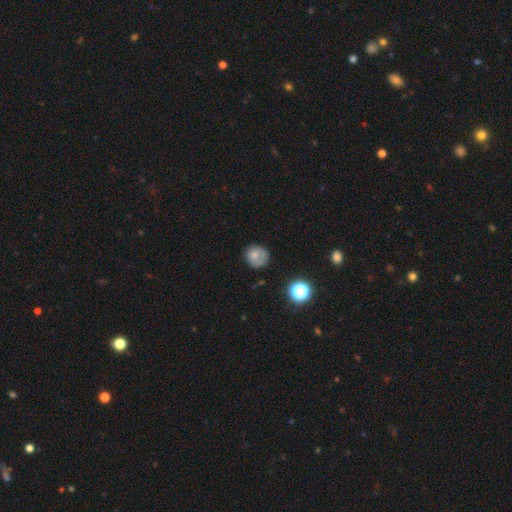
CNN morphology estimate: smooth 72%, featured or disk 16%, star or artifact 12%. Down the decision tree: how rounded — round (80%); merging — none (61%).